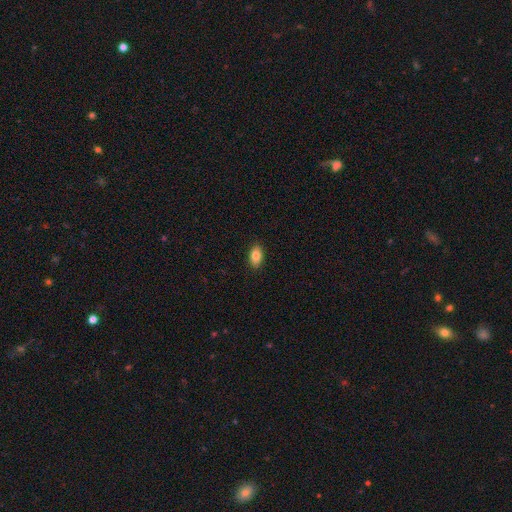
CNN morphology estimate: smooth_or_featured: smooth (p=0.85) [alt: star or artifact p=0.08]
how_rounded: in between (p=0.91) [alt: round p=0.06]
merging: none (p=0.89) [alt: minor disturbance p=0.08]